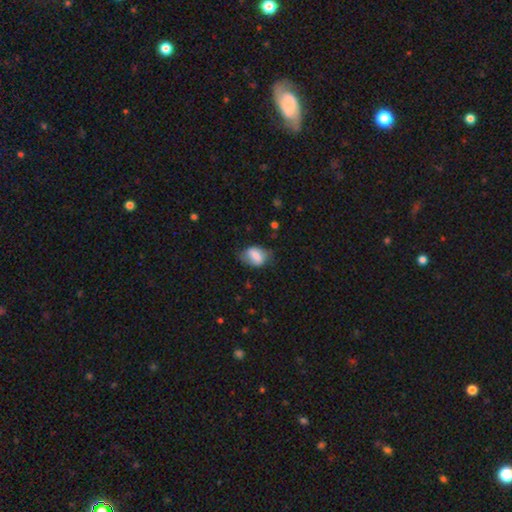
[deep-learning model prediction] A smooth galaxy with no disk features (66%) that is in between round and cigar-shaped (73%). Merging: none (64%).